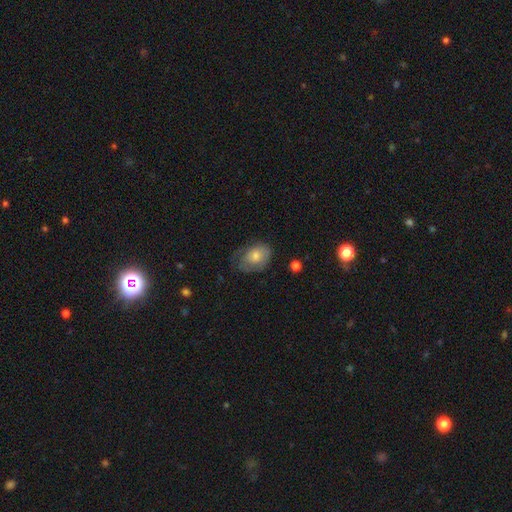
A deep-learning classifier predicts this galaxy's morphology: This is possibly a smooth galaxy (57%). How rounded: likely in between (77%). Merging: possibly none (52%).